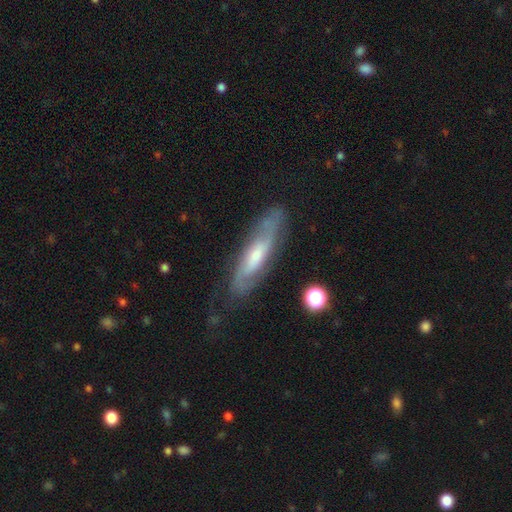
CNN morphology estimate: A featured or disk galaxy (68%).

Vote fractions:
- Smooth or featured? featured or disk: 68% / smooth: 25% / star or artifact: 7%
- Edge-on disk? no: 65% / yes: 35%
- Merging? none: 72% / minor disturbance: 19% / major disturbance: 7% / merger: 2%